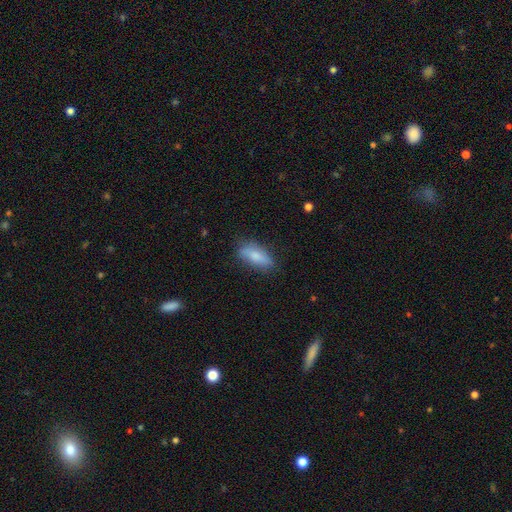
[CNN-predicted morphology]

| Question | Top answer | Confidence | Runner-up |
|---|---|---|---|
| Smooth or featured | smooth | 77% | featured or disk (17%) |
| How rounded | in between | 68% | cigar-shaped (29%) |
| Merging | none | 77% | minor disturbance (18%) |